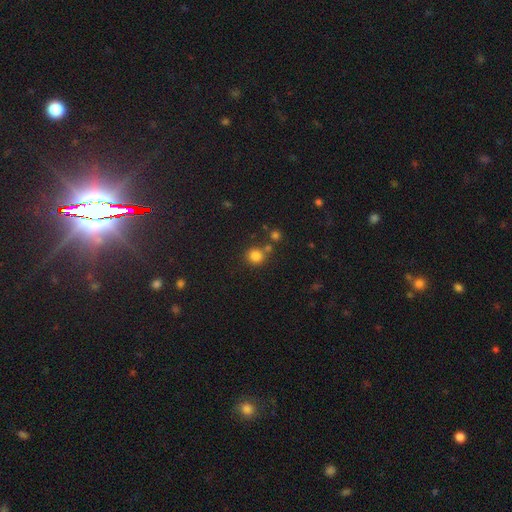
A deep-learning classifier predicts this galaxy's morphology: A smooth galaxy with no disk features (82%) that is round (89%). Merging: none (75%).